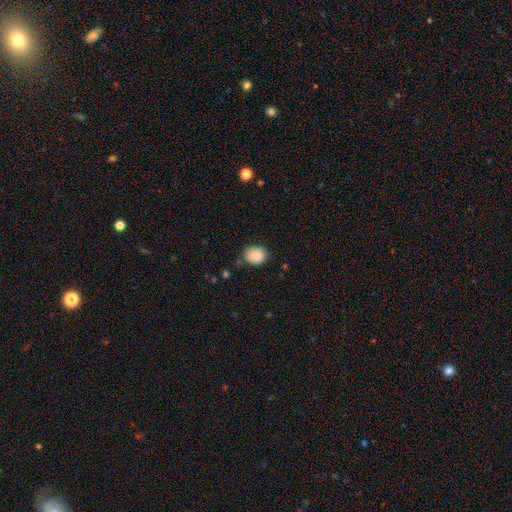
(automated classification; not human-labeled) A smooth galaxy with no disk features (88%) that is round (56%).

Vote fractions:
- Smooth or featured? smooth: 88% / star or artifact: 8% / featured or disk: 4%
- How rounded? round: 56% / in between: 44% / cigar-shaped: 1%
- Merging? none: 76% / minor disturbance: 19% / major disturbance: 4% / merger: 2%